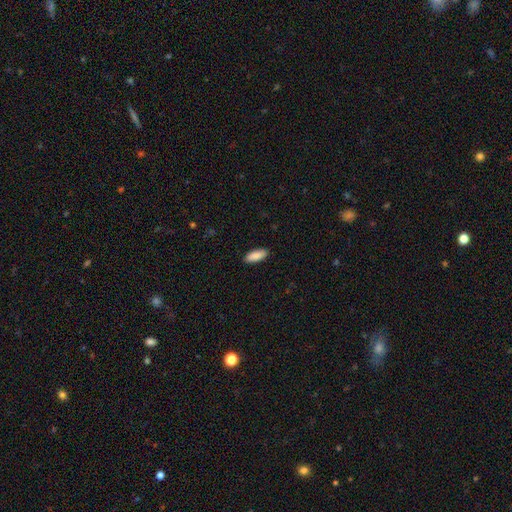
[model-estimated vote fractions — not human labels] smooth_or_featured: smooth (p=0.89) [alt: star or artifact p=0.06]
how_rounded: in between (p=0.79) [alt: cigar-shaped p=0.20]
merging: none (p=0.90) [alt: minor disturbance p=0.08]